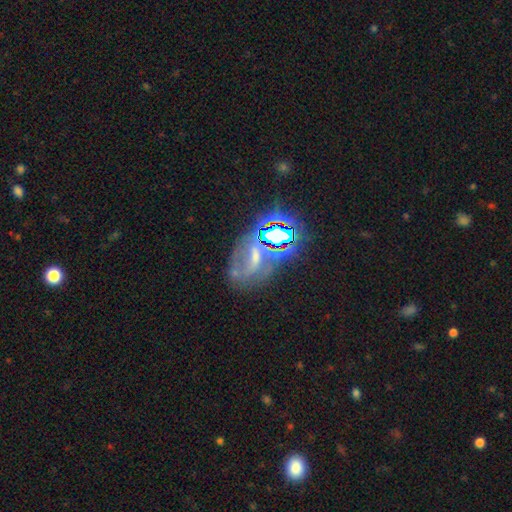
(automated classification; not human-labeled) Q: Smooth or featured?
A: featured or disk (44%); runner-up: star or artifact (39%)
Q: Merging?
A: none (51%); runner-up: minor disturbance (19%)